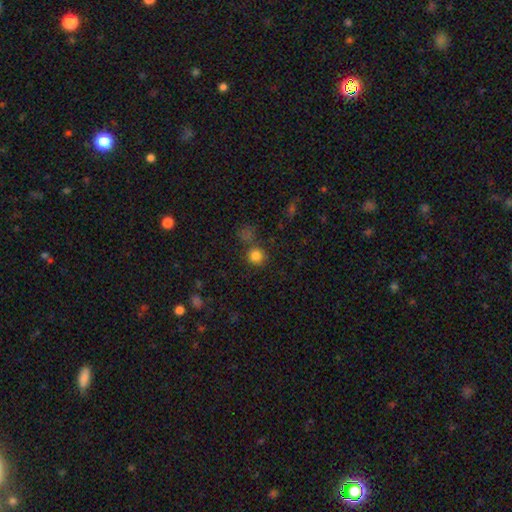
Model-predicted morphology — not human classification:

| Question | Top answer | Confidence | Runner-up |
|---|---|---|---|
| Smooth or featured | smooth | 81% | star or artifact (14%) |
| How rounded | round | 92% | in between (7%) |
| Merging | none | 74% | merger (12%) |